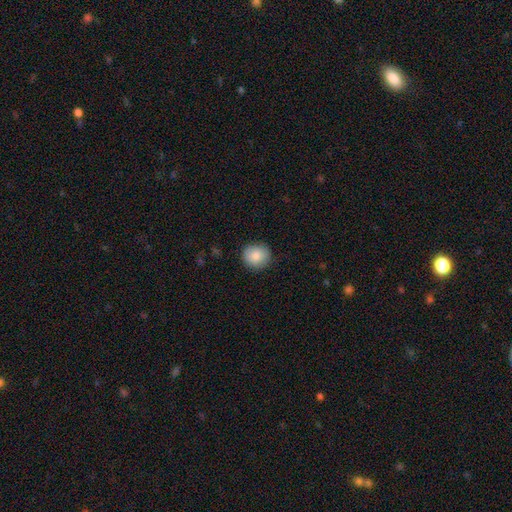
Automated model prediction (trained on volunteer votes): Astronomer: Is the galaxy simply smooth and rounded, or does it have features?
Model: smooth — 85%.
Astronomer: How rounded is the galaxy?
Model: round — 88%.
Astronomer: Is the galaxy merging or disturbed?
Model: none — 88%.